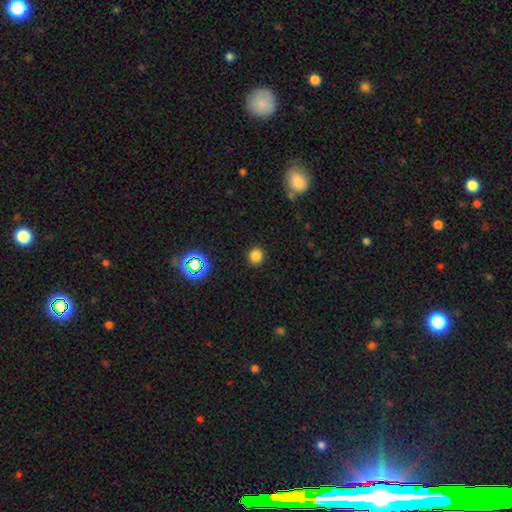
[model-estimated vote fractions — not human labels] Overall: smooth (79%). How rounded: round (89%). Merging: none (91%).